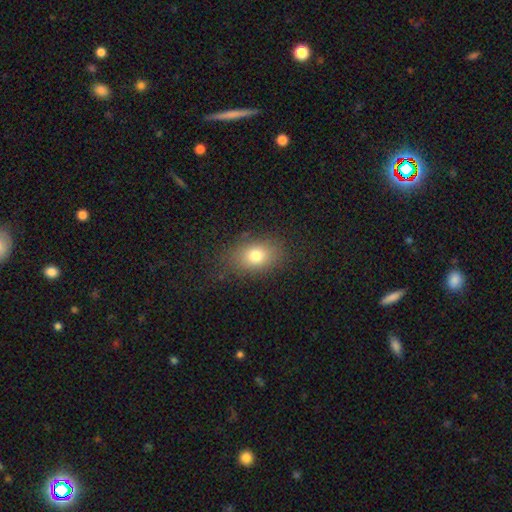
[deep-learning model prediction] A smooth galaxy with no disk features (77%) that is in between round and cigar-shaped (76%).

Vote fractions:
- Smooth or featured? smooth: 77% / featured or disk: 12% / star or artifact: 11%
- How rounded? in between: 76% / round: 23% / cigar-shaped: 1%
- Merging? none: 79% / minor disturbance: 14% / major disturbance: 6% / merger: 1%